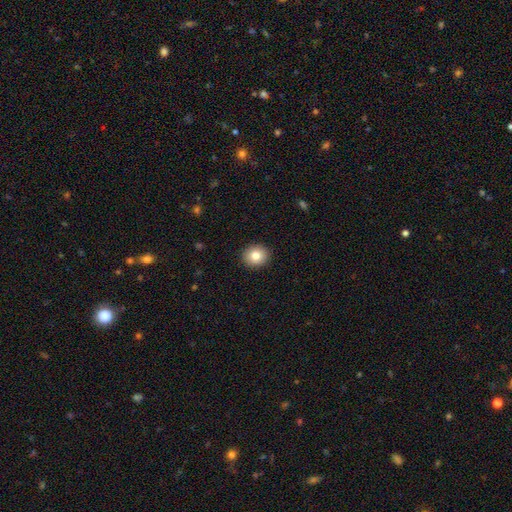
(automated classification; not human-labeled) Overall: smooth (81%). How rounded: round (80%). Merging: none (92%).